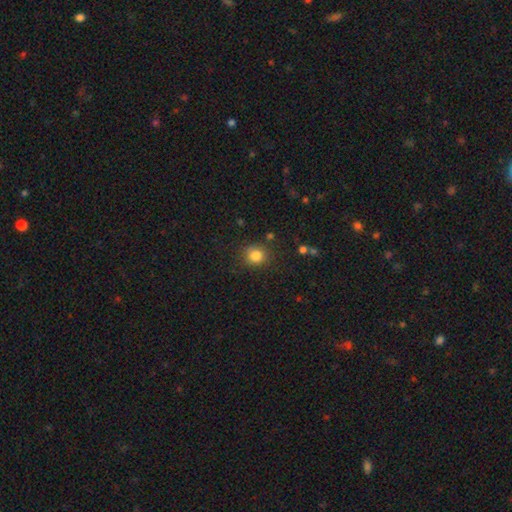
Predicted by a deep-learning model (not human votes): smooth-or-featured: smooth: 83% | star or artifact: 12% | featured or disk: 5%
  how-rounded: round: 85% | in between: 14% | cigar-shaped: 1%
  merging: none: 83% | minor disturbance: 11% | major disturbance: 3% | merger: 3%